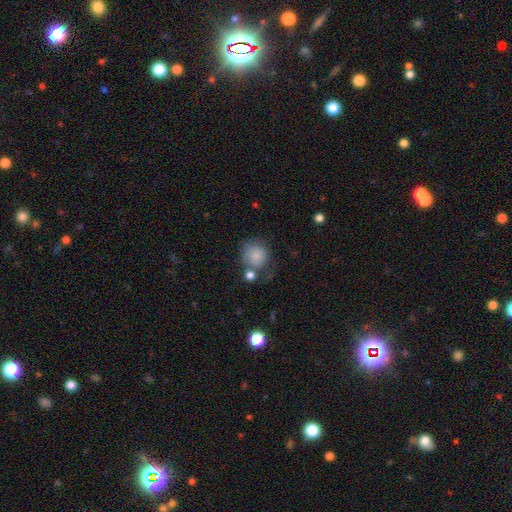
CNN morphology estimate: The model was most divided on "merging": none: 56%, minor disturbance: 19%, merger: 15%, major disturbance: 9%. More confident: how rounded — round (84%); smooth or featured — smooth (82%).